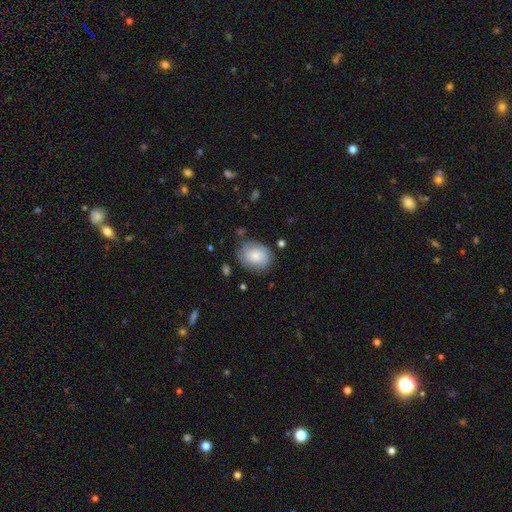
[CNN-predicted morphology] The model was most divided on "how rounded": in between: 55%, round: 44%, cigar-shaped: 1%. More confident: smooth or featured — smooth (75%); merging — none (74%).